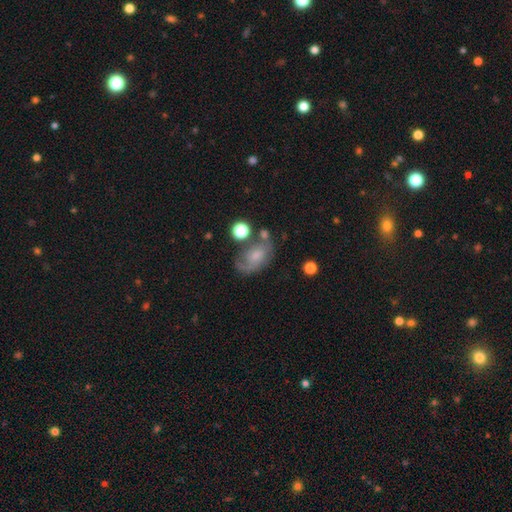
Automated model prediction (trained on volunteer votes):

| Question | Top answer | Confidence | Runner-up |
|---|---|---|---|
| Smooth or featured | featured or disk | 53% | smooth (36%) |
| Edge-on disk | no | 96% | yes (4%) |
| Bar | no | 63% | weak (31%) |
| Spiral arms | yes | 78% | no (22%) |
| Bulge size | small | 46% | moderate (30%) |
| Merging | none | 47% | minor disturbance (24%) |